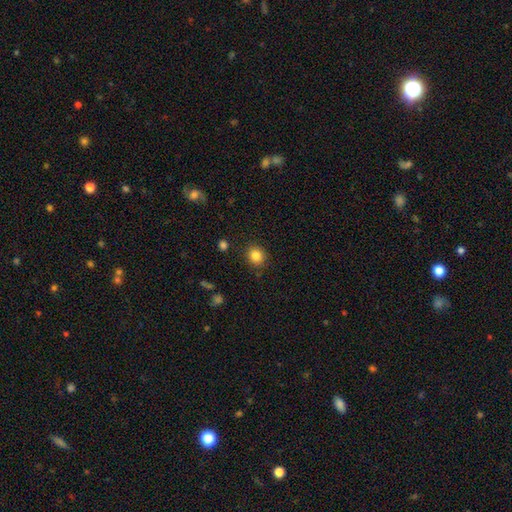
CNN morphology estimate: A smooth galaxy with no disk features (84%) that is round (78%).

Vote fractions:
- Smooth or featured? smooth: 84% / star or artifact: 10% / featured or disk: 6%
- How rounded? round: 78% / in between: 21% / cigar-shaped: 1%
- Merging? none: 87% / minor disturbance: 9% / major disturbance: 2% / merger: 2%